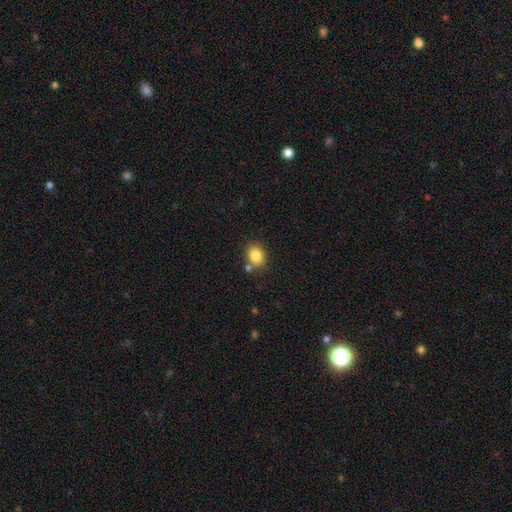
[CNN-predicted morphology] Overall: smooth (84%). How rounded: in between (60%; round 39%). Merging: none (73%).